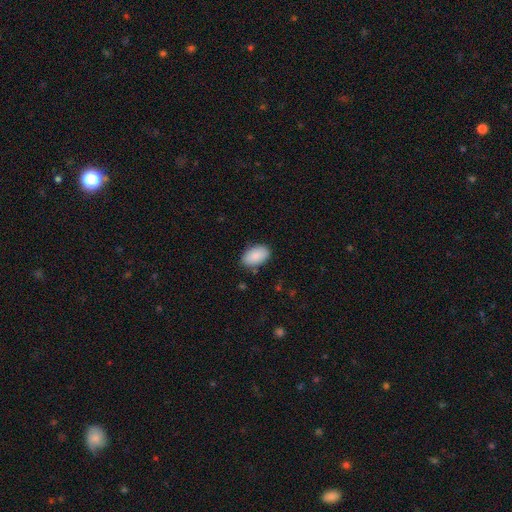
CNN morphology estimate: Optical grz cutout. It shows a smooth galaxy with no disk features (88%) that is in between round and cigar-shaped (93%). Merging: none (84%).